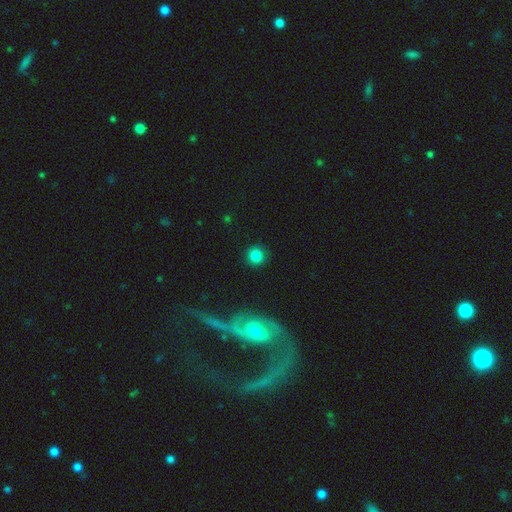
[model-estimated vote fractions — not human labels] This appears to be a smooth galaxy with no disk features (84%) that is round (94%). Merging: none (90%).